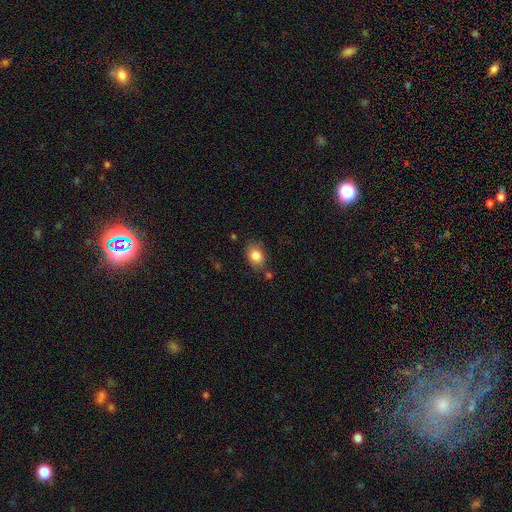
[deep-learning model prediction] Smooth or featured? smooth (84%)
How rounded? in between (73%)
Merging? none (70%)